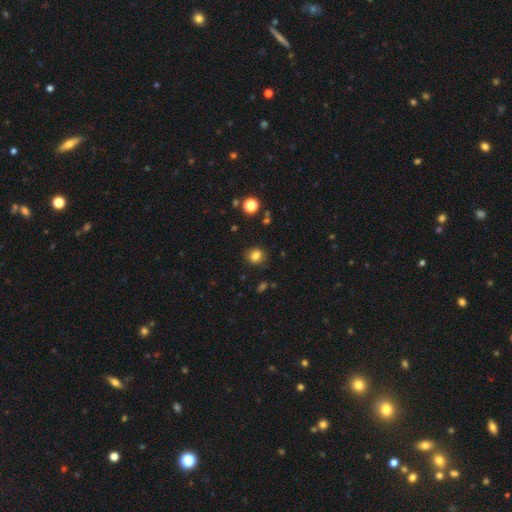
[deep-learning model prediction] This appears to be a smooth galaxy with no disk features (81%) that is round (68%). Merging: none (85%).